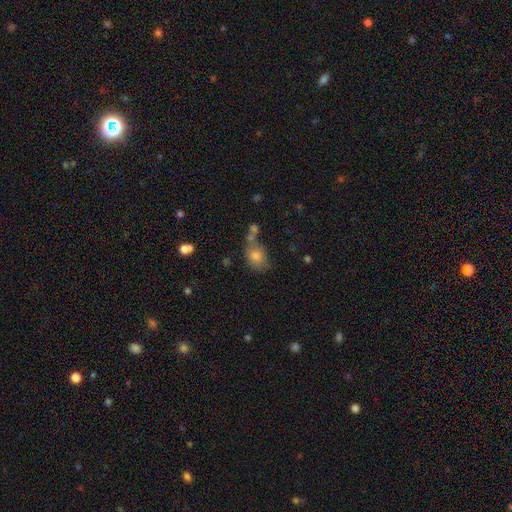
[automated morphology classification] This is likely a smooth galaxy (76%). How rounded: likely in between (68%). Merging: possibly none (47%).